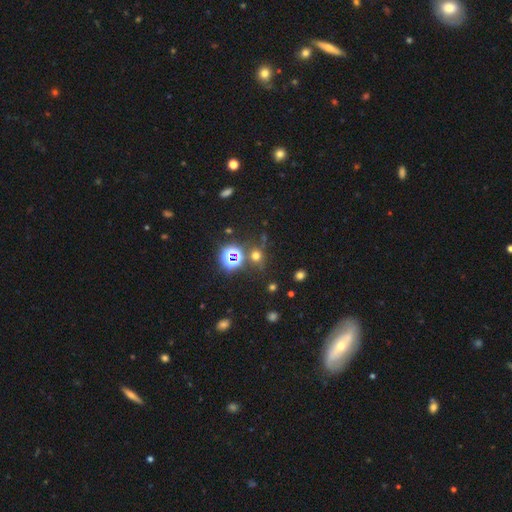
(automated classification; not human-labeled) Smooth or featured: smooth — 47% (star or artifact — 44%)
Merging: none — 75% (minor disturbance — 11%)